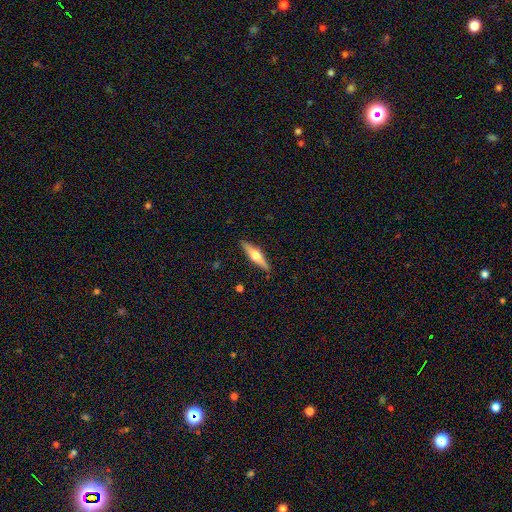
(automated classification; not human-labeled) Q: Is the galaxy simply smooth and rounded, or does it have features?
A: featured or disk — 59%.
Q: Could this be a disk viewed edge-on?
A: yes — 95%.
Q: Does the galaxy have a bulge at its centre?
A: rounded — 94%.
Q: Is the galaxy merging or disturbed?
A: none — 90%.